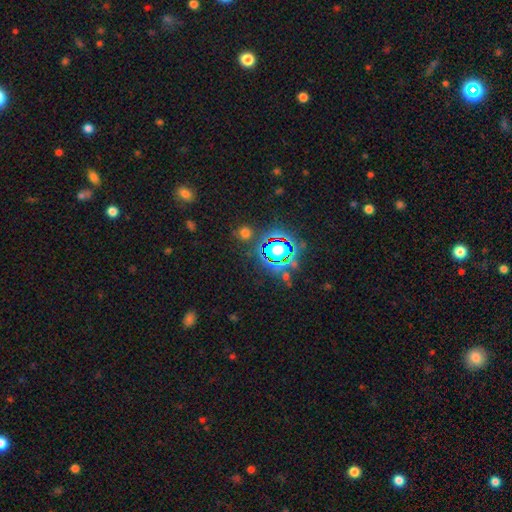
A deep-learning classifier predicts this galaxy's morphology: This appears to be a star or artifact, not a galaxy (81%).